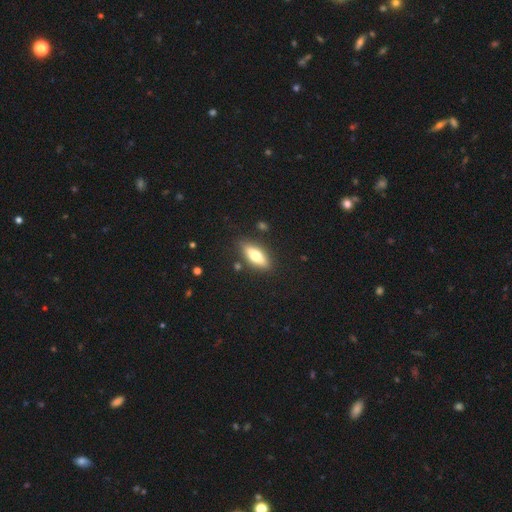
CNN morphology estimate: Smooth or featured?
  - smooth: 65% *
  - featured or disk: 28%
  - star or artifact: 7%
How rounded?
  - in between: 68% *
  - cigar-shaped: 29%
  - round: 3%
Merging?
  - none: 83% *
  - minor disturbance: 11%
  - merger: 3%
  - major disturbance: 3%